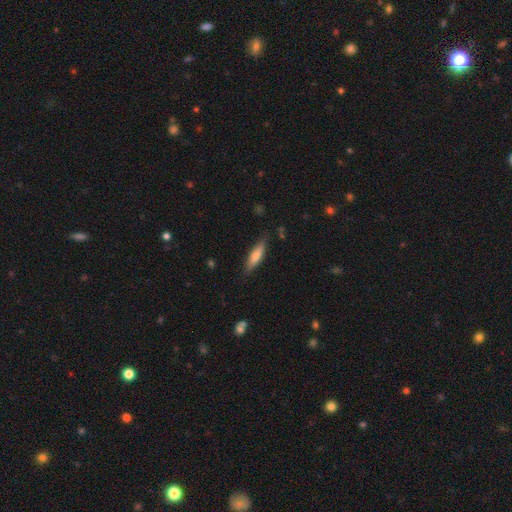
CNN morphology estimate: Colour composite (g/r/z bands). It shows a smooth galaxy with no disk features (70%) that is cigar-shaped (72%). Merging: none (83%).